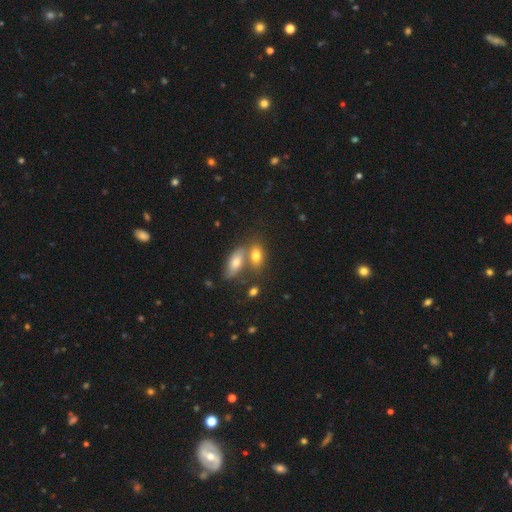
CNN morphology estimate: A smooth galaxy with no disk features (74%) that is in between round and cigar-shaped (83%).

Vote fractions:
- Smooth or featured? smooth: 74% / featured or disk: 17% / star or artifact: 9%
- How rounded? in between: 83% / cigar-shaped: 9% / round: 8%
- Merging? merger: 48% / none: 39% / minor disturbance: 9% / major disturbance: 3%